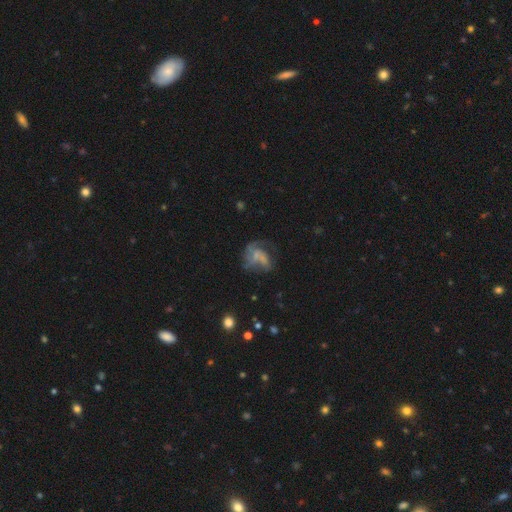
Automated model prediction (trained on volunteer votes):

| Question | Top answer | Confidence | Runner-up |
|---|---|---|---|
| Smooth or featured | featured or disk | 61% | smooth (28%) |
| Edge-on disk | no | 98% | yes (2%) |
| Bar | no | 67% | weak (26%) |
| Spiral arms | yes | 66% | no (34%) |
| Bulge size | none | 39% | small (36%) |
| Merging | major disturbance | 39% | none (31%) |